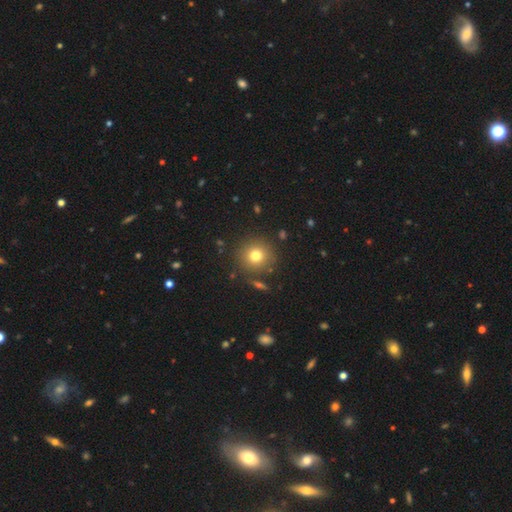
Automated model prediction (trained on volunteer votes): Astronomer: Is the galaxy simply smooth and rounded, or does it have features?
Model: smooth — 75%.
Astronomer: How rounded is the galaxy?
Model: round — 94%.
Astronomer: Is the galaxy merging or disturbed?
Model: none — 86%.